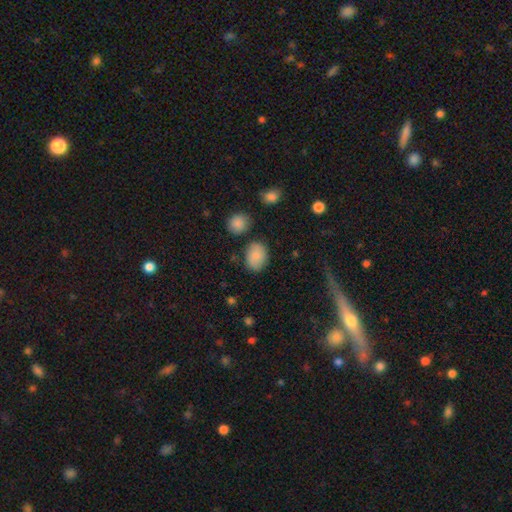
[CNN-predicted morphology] A smooth galaxy with no disk features (84%) that is in between round and cigar-shaped (71%). Merging: none (78%).